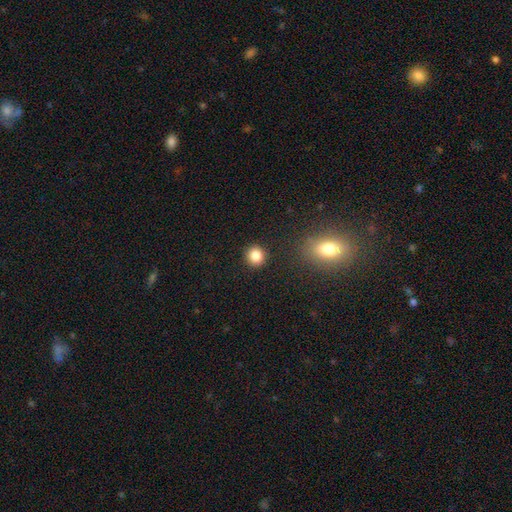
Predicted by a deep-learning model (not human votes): Smooth or featured? smooth (84%)
How rounded? round (91%)
Merging? none (91%)